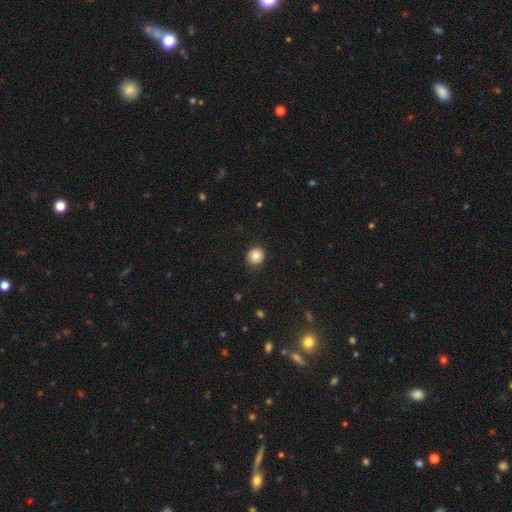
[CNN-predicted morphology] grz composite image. It shows a smooth galaxy with no disk features (85%) that is round (86%). Merging: none (85%).